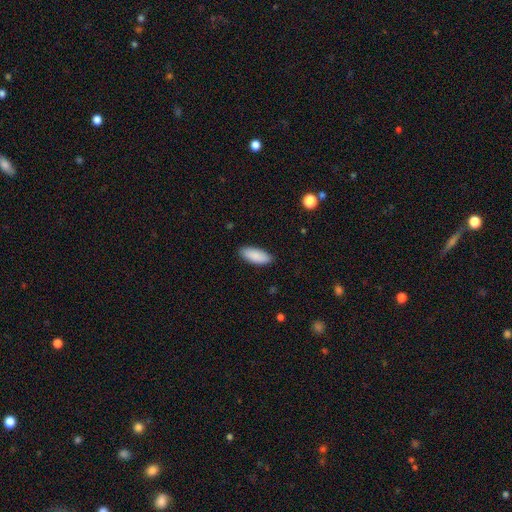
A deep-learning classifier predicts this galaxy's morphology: The model was most divided on "how rounded": in between: 83%, cigar-shaped: 15%, round: 2%. More confident: smooth or featured — smooth (89%); merging — none (87%).